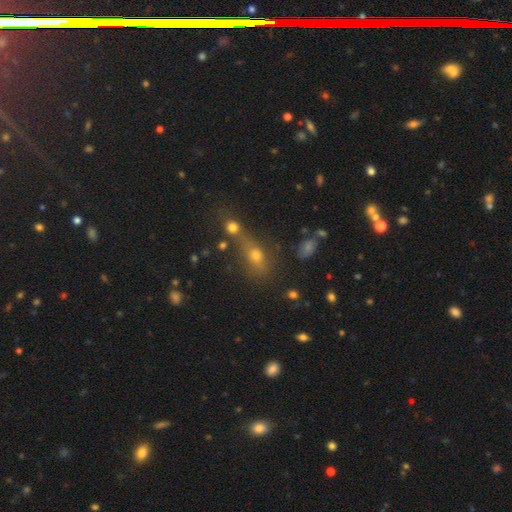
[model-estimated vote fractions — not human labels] Smooth or featured?
  - smooth: 60% *
  - star or artifact: 24%
  - featured or disk: 16%
How rounded?
  - in between: 54% *
  - round: 36%
  - cigar-shaped: 11%
Merging?
  - merger: 42% *
  - none: 35%
  - minor disturbance: 12%
  - major disturbance: 11%